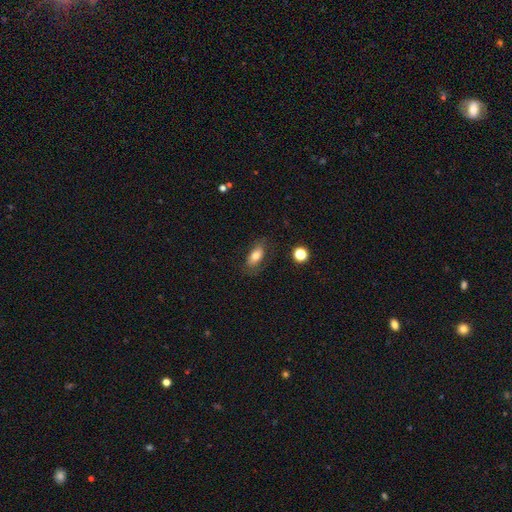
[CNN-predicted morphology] Q: Smooth or featured?
A: smooth (74%); runner-up: featured or disk (17%)
Q: How rounded?
A: in between (86%); runner-up: cigar-shaped (8%)
Q: Merging?
A: none (75%); runner-up: minor disturbance (17%)